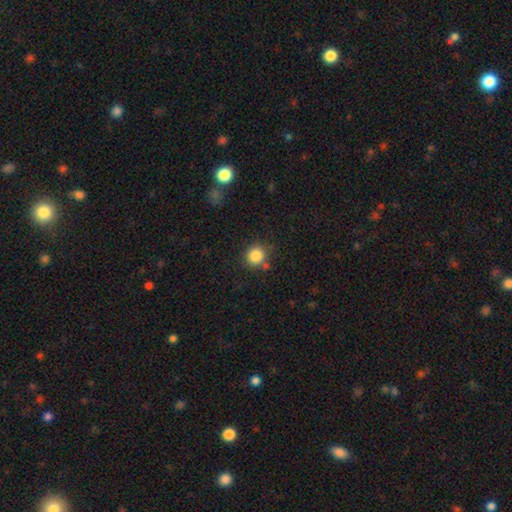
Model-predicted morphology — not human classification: Smooth or featured: smooth — 85% (star or artifact — 11%)
How rounded: round — 89% (in between — 10%)
Merging: none — 80% (minor disturbance — 11%)